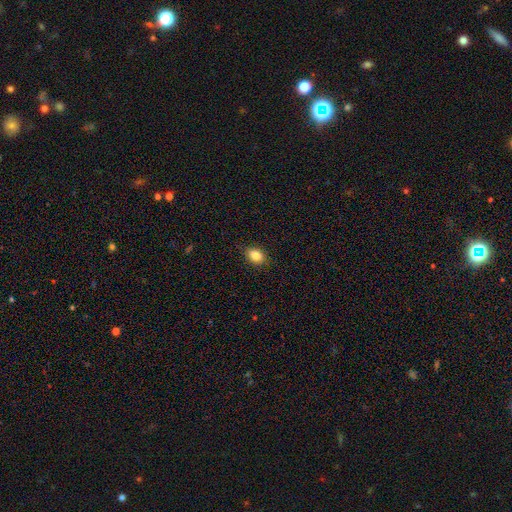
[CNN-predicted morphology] This is clearly a smooth galaxy (84%). How rounded: likely in between (70%). Merging: clearly none (86%).